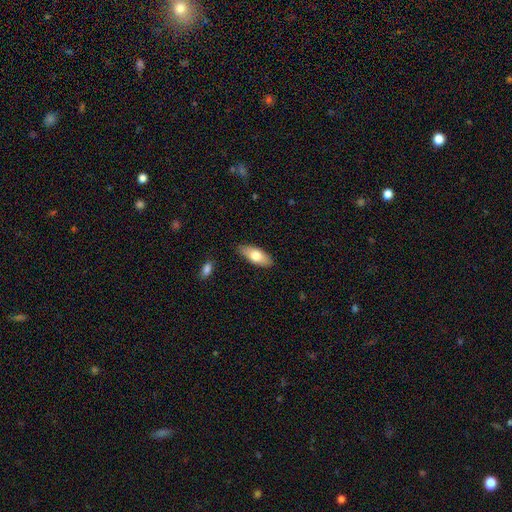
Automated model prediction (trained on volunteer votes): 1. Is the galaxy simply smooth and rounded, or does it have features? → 72% smooth, 21% featured or disk, 6% star or artifact.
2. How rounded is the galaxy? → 80% in between, 18% cigar-shaped, 2% round.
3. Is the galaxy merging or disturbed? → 86% none, 10% minor disturbance, 2% major disturbance, 1% merger.